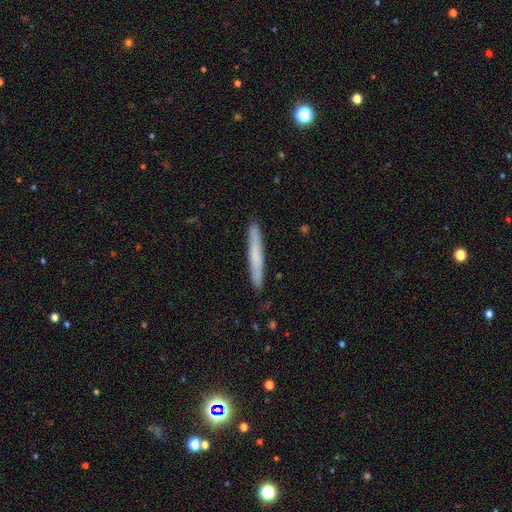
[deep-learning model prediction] Smooth or featured? Predicted: smooth (p=0.65). How rounded? Predicted: cigar-shaped (p=0.96). Merging? Predicted: none (p=0.90).